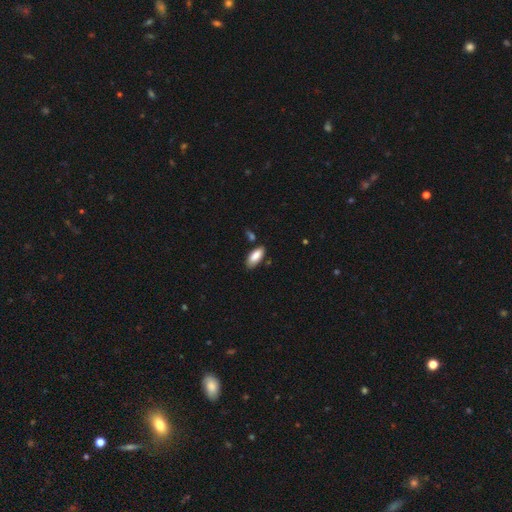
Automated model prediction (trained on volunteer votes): A smooth galaxy with no disk features (86%) that is in between round and cigar-shaped (84%). Merging: none (78%).